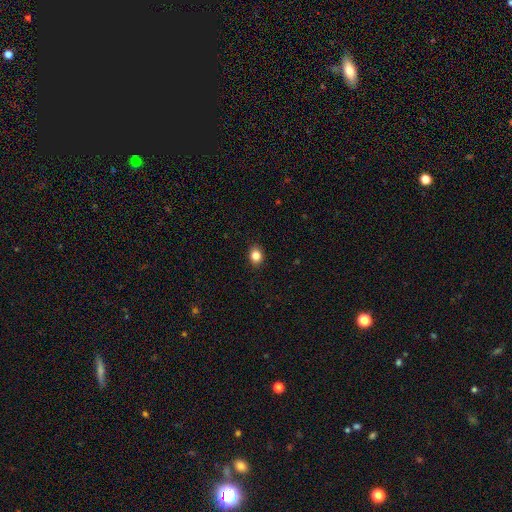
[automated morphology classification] type=smooth (85%); roundness=round (53%); merging=none (91%).